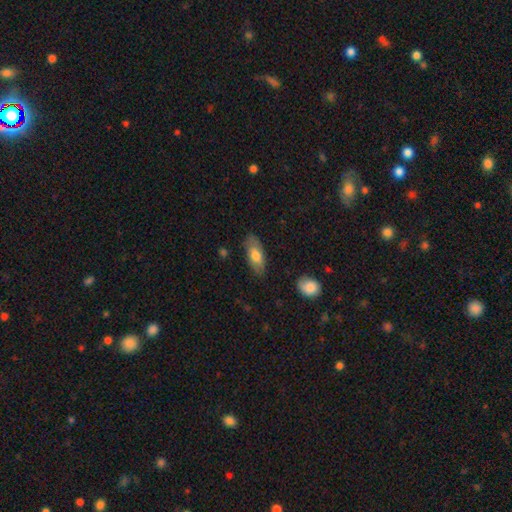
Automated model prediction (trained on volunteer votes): A smooth galaxy with no disk features (71%) that is in between round and cigar-shaped (84%).

Vote fractions:
- Smooth or featured? smooth: 71% / featured or disk: 23% / star or artifact: 6%
- How rounded? in between: 84% / cigar-shaped: 13% / round: 3%
- Merging? none: 80% / minor disturbance: 15% / major disturbance: 3% / merger: 2%